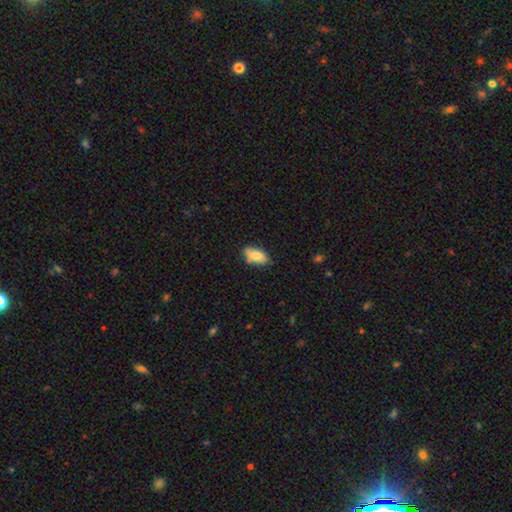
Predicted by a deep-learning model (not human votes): The model was most divided on "merging": none: 70%, minor disturbance: 22%, merger: 4%, major disturbance: 4%. More confident: how rounded — in between (91%); smooth or featured — smooth (77%).